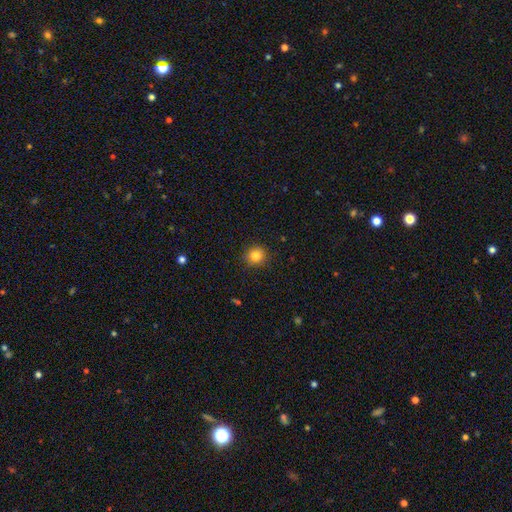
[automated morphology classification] This is clearly a smooth galaxy (83%). How rounded: clearly round (90%). Merging: clearly none (89%).